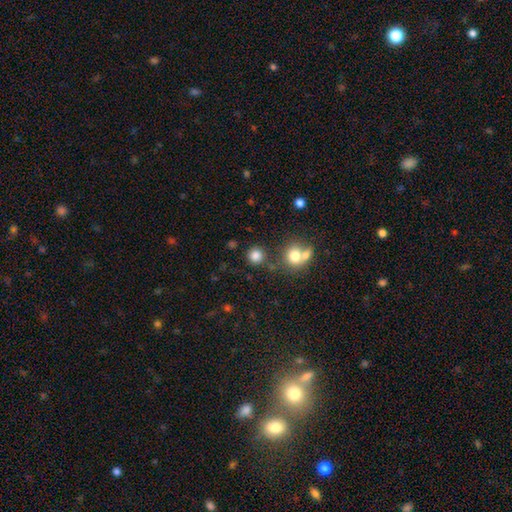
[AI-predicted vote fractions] This appears to be a smooth galaxy with no disk features (82%) that is round (91%). Merging: none (76%).